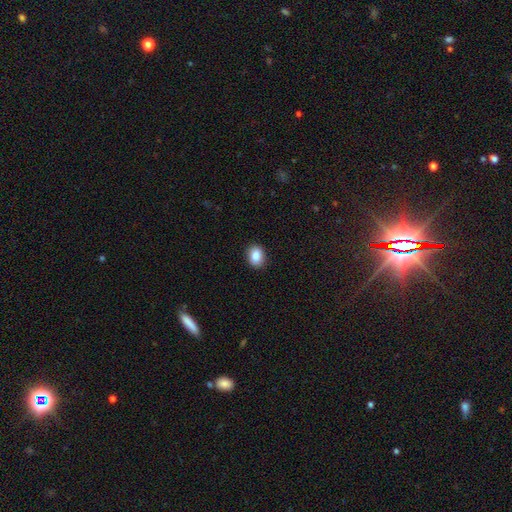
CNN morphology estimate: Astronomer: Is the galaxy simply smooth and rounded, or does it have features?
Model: smooth — 87%.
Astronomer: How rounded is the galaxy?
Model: in between — 59% (runner-up: round, 40%).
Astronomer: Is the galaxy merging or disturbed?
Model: none — 90%.